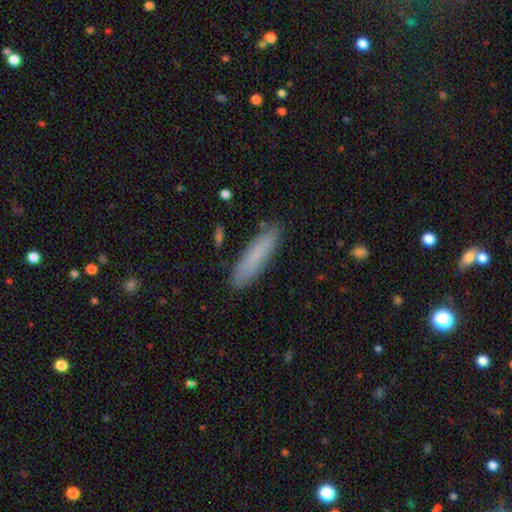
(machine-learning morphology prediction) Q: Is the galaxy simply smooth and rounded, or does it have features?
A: smooth — 79%.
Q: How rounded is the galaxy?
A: cigar-shaped — 77%.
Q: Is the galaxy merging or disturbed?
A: none — 87%.